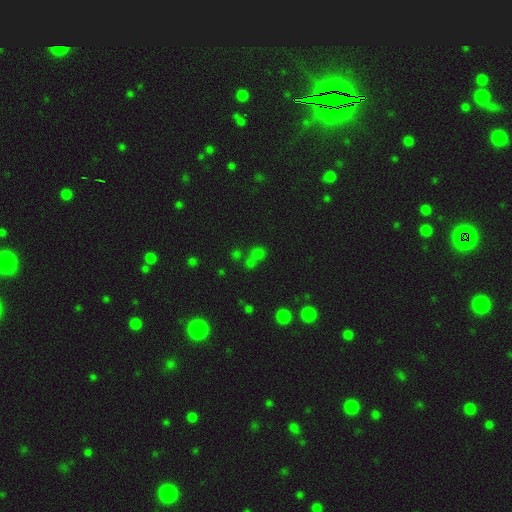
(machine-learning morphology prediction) smooth 54%, star or artifact 37%, featured or disk 9%. Down the decision tree: how rounded — round (70%); merging — none (47%).